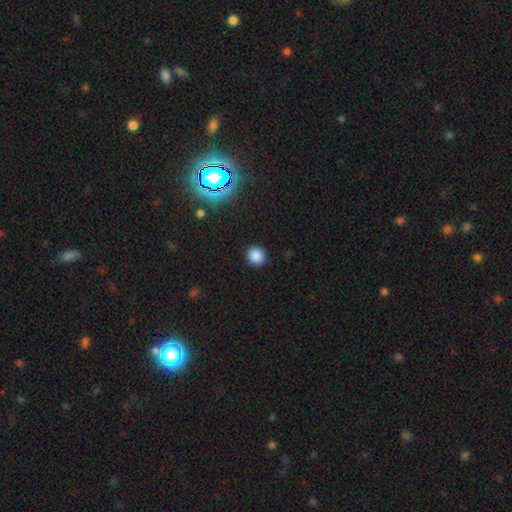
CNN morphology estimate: smooth 85%, star or artifact 12%, featured or disk 3%. Down the decision tree: how rounded — round (88%); merging — none (91%).